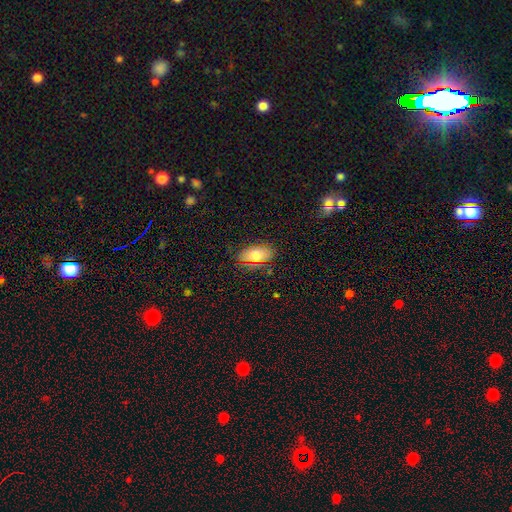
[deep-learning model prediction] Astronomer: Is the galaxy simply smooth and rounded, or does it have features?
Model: smooth — 74%.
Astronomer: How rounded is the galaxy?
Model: in between — 90%.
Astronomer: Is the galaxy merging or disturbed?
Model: none — 82%.